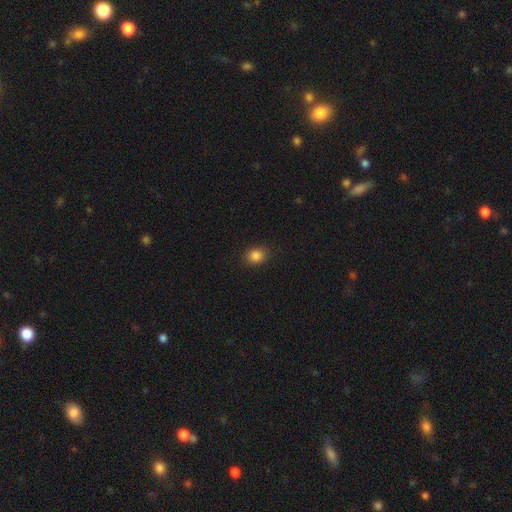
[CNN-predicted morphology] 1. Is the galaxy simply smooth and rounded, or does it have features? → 85% smooth, 11% star or artifact, 4% featured or disk.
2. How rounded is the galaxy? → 53% round, 46% in between, 1% cigar-shaped.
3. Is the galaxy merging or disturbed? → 88% none, 9% minor disturbance, 2% major disturbance, 1% merger.